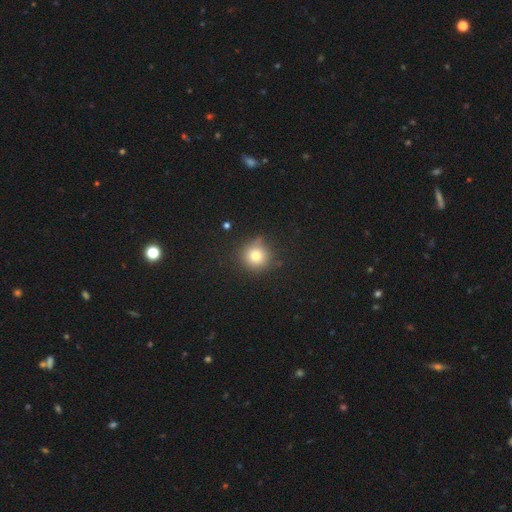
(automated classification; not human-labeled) smooth 77%, star or artifact 14%, featured or disk 9%. Down the decision tree: how rounded — round (93%); merging — none (78%).